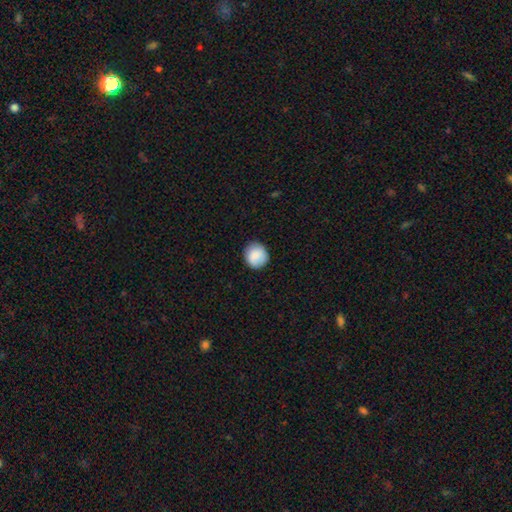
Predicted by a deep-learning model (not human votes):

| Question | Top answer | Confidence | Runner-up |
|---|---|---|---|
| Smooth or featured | smooth | 86% | star or artifact (7%) |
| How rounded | round | 87% | in between (12%) |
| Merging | none | 86% | minor disturbance (11%) |